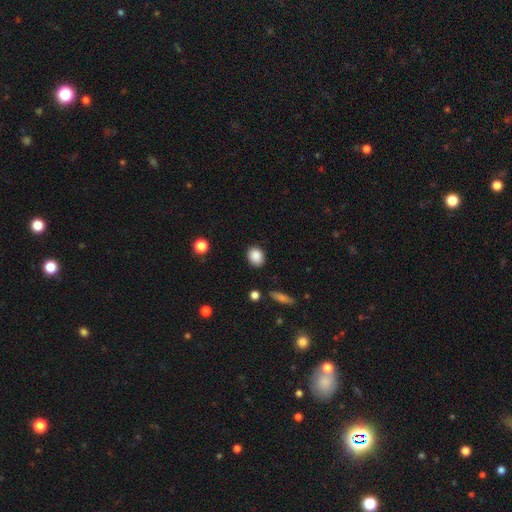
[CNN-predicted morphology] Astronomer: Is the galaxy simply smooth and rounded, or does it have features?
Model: smooth — 88%.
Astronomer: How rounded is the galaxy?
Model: in between — 54% (runner-up: round, 45%).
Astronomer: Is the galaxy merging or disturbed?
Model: none — 86%.